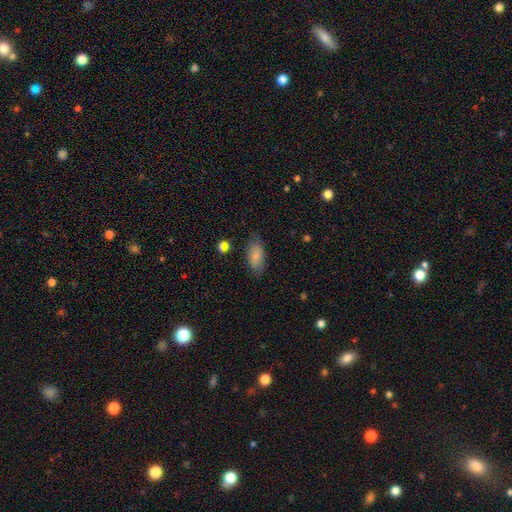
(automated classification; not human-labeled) Overall: smooth (78%). How rounded: in between (92%). Merging: none (76%).